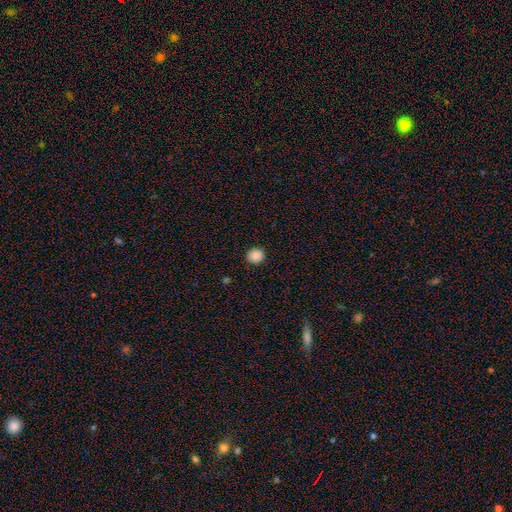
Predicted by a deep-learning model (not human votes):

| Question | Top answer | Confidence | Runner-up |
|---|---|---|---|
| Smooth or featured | smooth | 88% | star or artifact (10%) |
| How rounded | round | 87% | in between (12%) |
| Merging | none | 92% | minor disturbance (6%) |